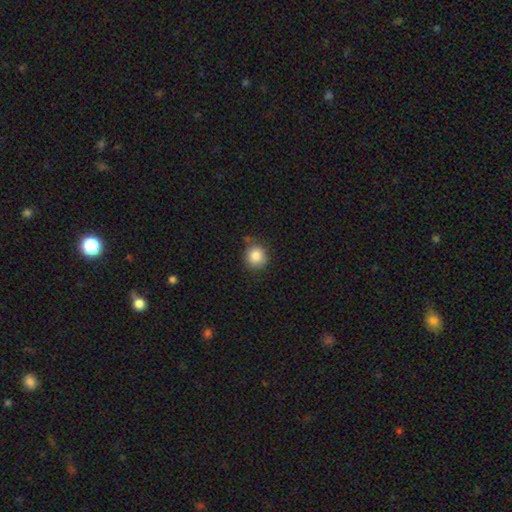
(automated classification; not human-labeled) Smooth or featured?
  - smooth: 86% *
  - star or artifact: 9%
  - featured or disk: 5%
How rounded?
  - round: 89% *
  - in between: 10%
  - cigar-shaped: 1%
Merging?
  - none: 78% *
  - minor disturbance: 15%
  - merger: 4%
  - major disturbance: 3%